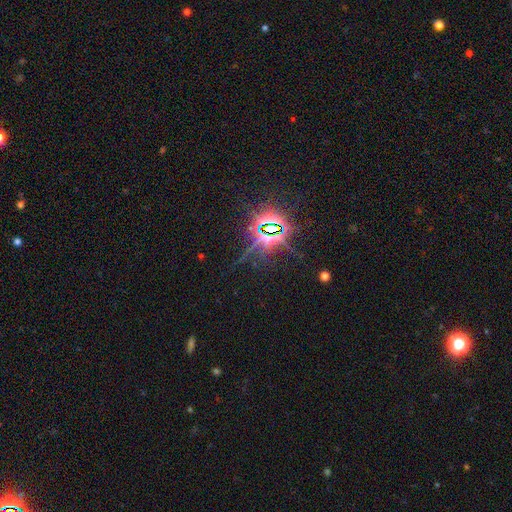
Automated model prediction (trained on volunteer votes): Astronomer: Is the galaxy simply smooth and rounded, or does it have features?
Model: star or artifact — 85%.